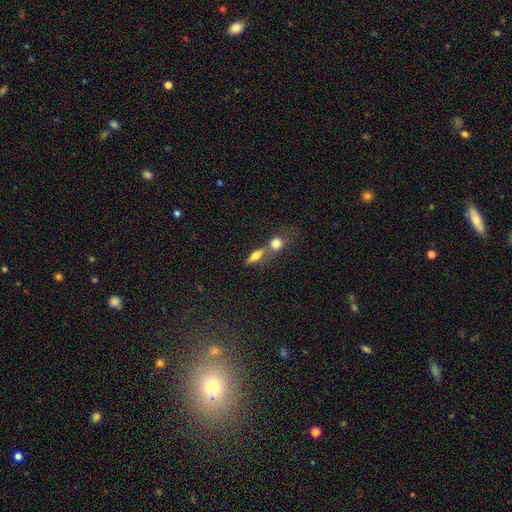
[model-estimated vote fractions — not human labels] The model was most divided on "merging": merger: 45%, none: 41%, minor disturbance: 9%, major disturbance: 5%. More confident: smooth or featured — smooth (63%); how rounded — in between (52%).